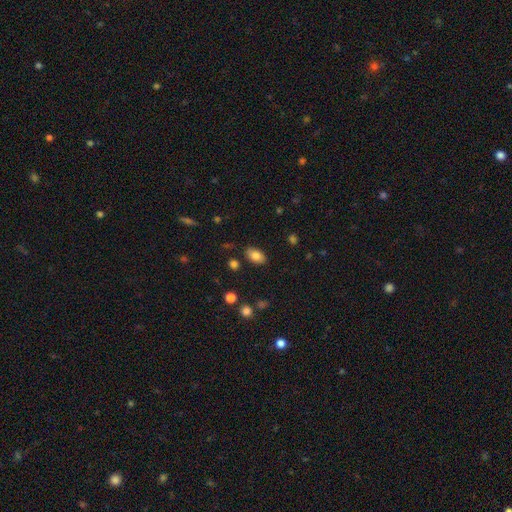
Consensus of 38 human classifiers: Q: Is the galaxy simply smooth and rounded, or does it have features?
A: smooth — 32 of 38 (84%).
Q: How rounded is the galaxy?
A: in between — 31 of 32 (97%).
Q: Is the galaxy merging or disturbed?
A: none — 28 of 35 (80%).